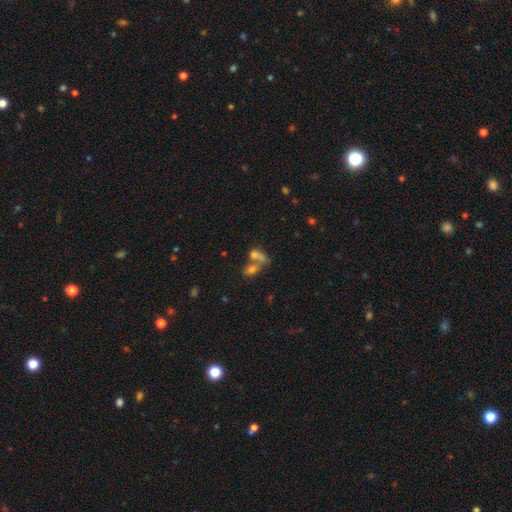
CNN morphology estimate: Smooth or featured: smooth — 62% (featured or disk — 20%)
How rounded: in between — 69% (round — 22%)
Merging: merger — 60% (none — 26%)